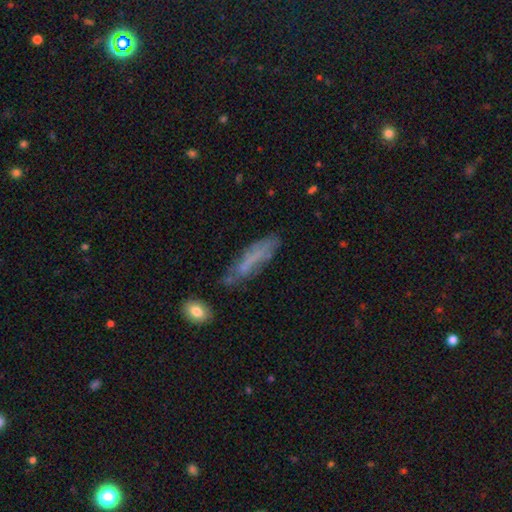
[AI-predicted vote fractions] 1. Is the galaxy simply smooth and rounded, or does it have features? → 54% smooth, 36% featured or disk, 10% star or artifact.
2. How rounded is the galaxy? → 72% cigar-shaped, 26% in between, 2% round.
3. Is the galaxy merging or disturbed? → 57% none, 27% minor disturbance, 11% major disturbance, 5% merger.